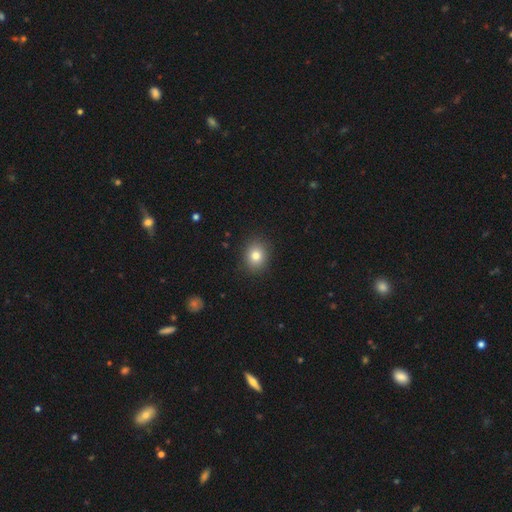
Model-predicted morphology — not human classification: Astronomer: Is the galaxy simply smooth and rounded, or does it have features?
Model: smooth — 81%.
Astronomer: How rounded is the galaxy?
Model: round — 65%.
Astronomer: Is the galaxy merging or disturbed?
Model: none — 89%.